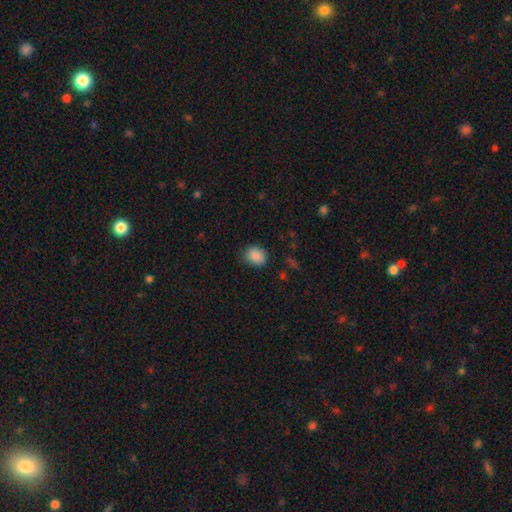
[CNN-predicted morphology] smooth_or_featured: smooth (p=0.88) [alt: star or artifact p=0.09]
how_rounded: round (p=0.60) [alt: in between p=0.39]
merging: none (p=0.82) [alt: minor disturbance p=0.13]